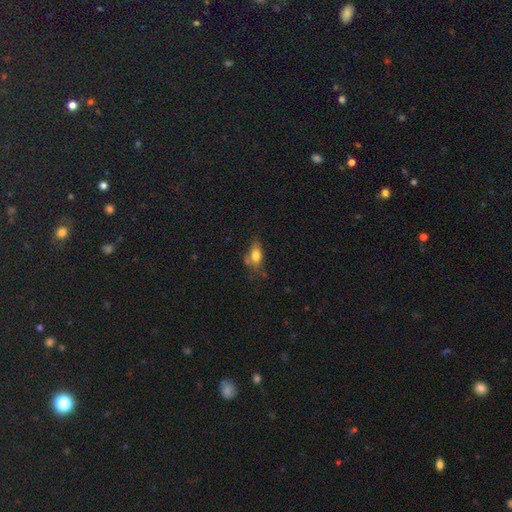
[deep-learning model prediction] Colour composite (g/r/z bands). It shows a smooth galaxy with no disk features (72%) that is in between round and cigar-shaped (80%). Merging: none (47%).